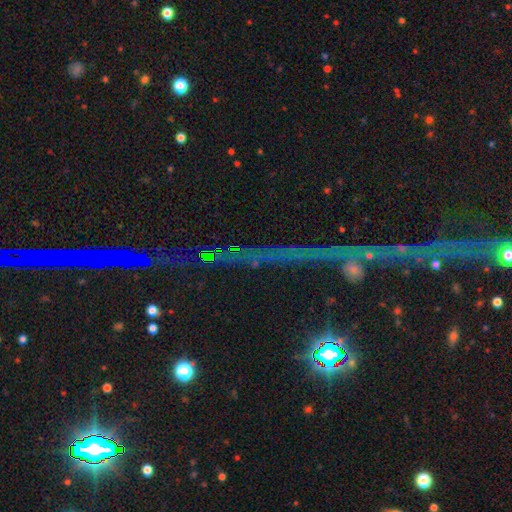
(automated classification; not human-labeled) This is clearly a star or artifact rather than a galaxy (81%).